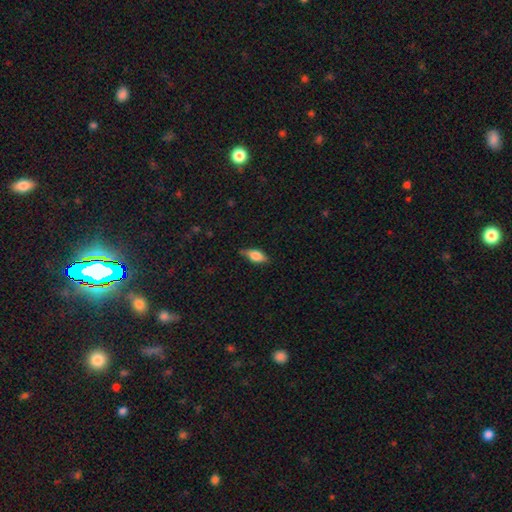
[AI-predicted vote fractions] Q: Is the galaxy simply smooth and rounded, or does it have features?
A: smooth — 73%.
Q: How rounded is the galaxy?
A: in between — 81%.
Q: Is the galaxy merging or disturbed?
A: none — 75%.